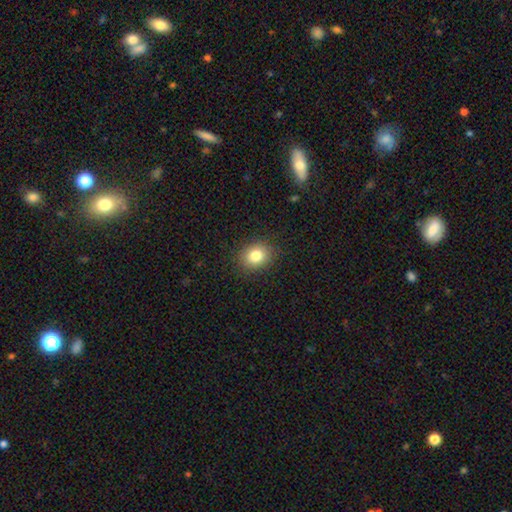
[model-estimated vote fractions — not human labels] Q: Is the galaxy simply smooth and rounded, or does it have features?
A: smooth — 82%.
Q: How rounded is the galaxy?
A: round — 62%.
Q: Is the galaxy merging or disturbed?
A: none — 89%.